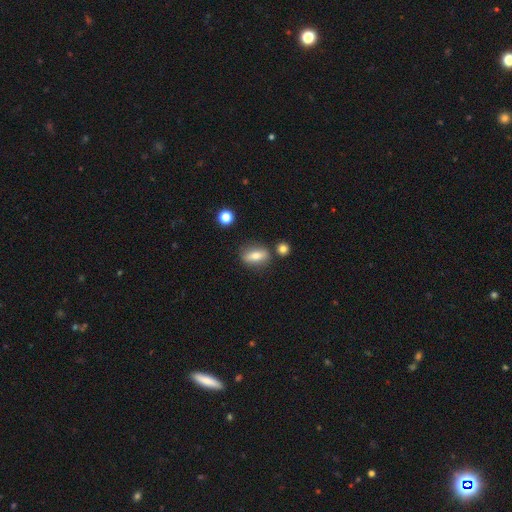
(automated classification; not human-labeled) This is likely a smooth galaxy (67%). How rounded: likely in between (66%). Merging: likely none (78%).